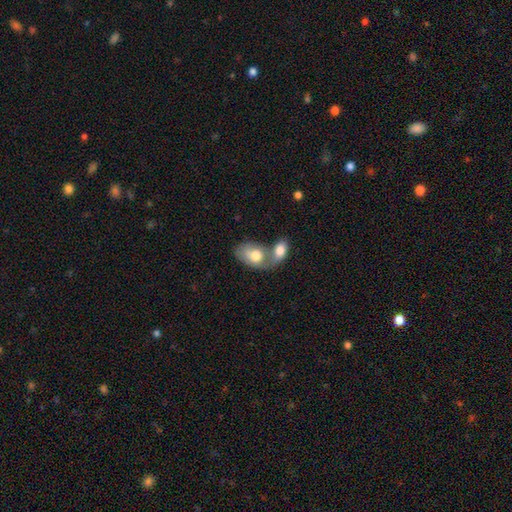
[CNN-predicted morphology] Overall: smooth (73%). How rounded: in between (87%). Merging: merger (69%).